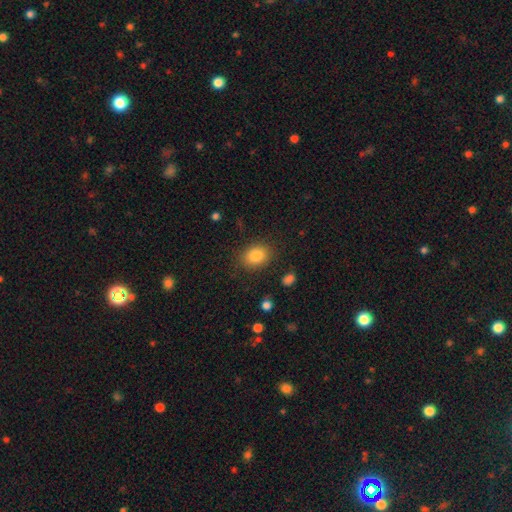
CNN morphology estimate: Smooth or featured? smooth (84%)
How rounded? in between (60%)
Merging? none (84%)